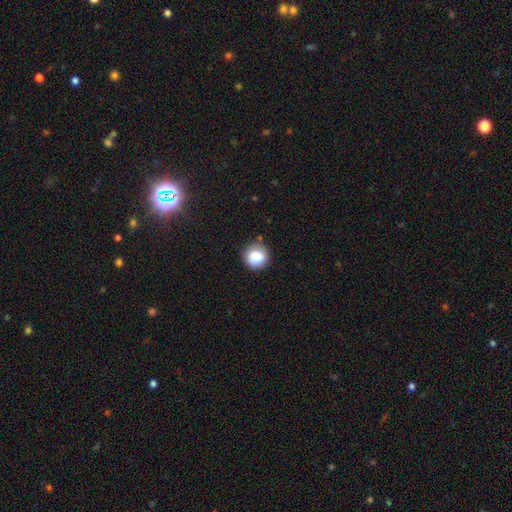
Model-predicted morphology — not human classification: This is clearly a smooth galaxy (85%). How rounded: clearly round (93%). Merging: clearly none (84%).